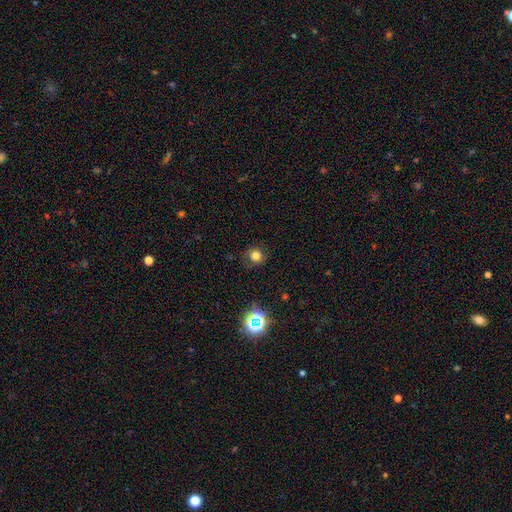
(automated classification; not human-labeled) smooth-or-featured: smooth: 75% | star or artifact: 17% | featured or disk: 8%
  how-rounded: round: 89% | in between: 10% | cigar-shaped: 1%
  merging: none: 80% | minor disturbance: 14% | major disturbance: 5% | merger: 1%